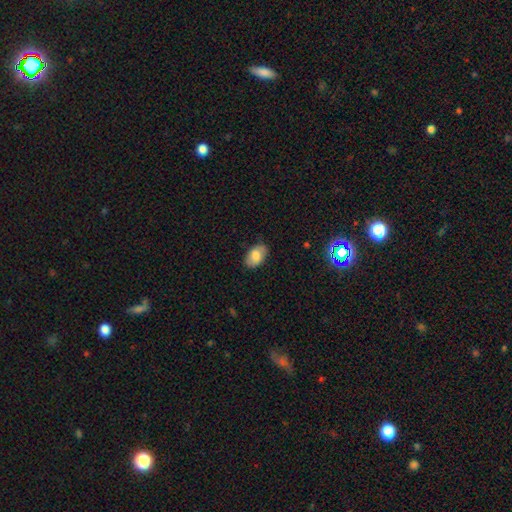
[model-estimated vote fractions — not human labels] Smooth or featured: smooth — 80% (featured or disk — 12%)
How rounded: in between — 92% (round — 6%)
Merging: none — 83% (minor disturbance — 13%)